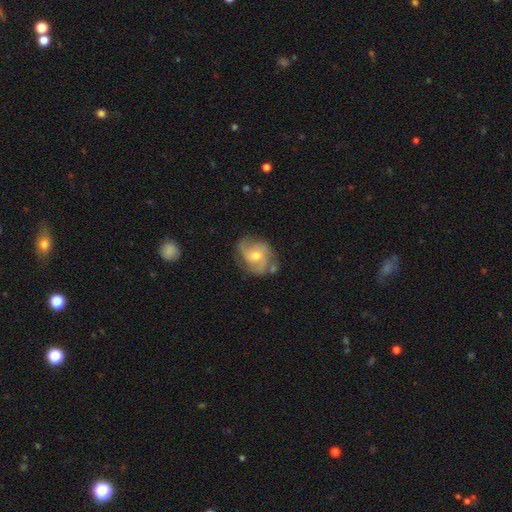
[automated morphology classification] featured or disk 74%, smooth 19%, star or artifact 7%. Down the decision tree: edge-on disk — no (97%); bar — no (61%); spiral arms — yes (91%); spiral arm count — 3 (44%); spiral winding — medium (48%); bulge size — moderate (59%); merging — none (62%).